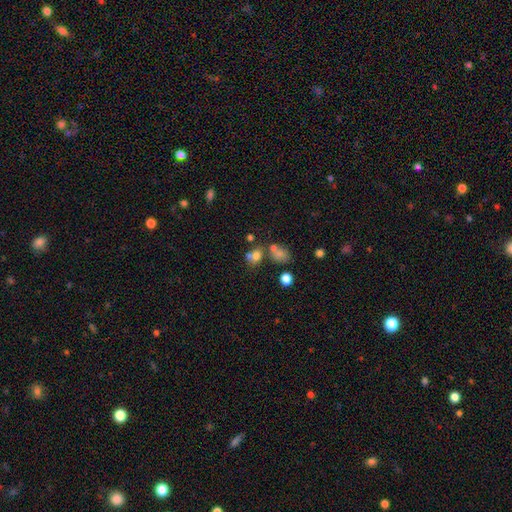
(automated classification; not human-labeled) smooth 69%, star or artifact 17%, featured or disk 14%. Down the decision tree: how rounded — round (54%); merging — merger (42%).